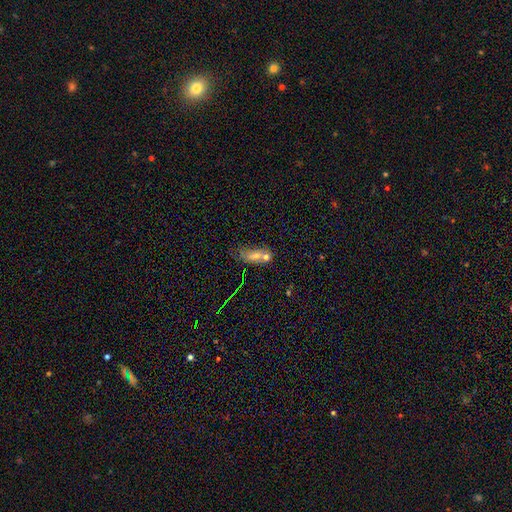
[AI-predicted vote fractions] A smooth galaxy with no disk features (53%) that is in between round and cigar-shaped (69%). Merging: merger (39%).